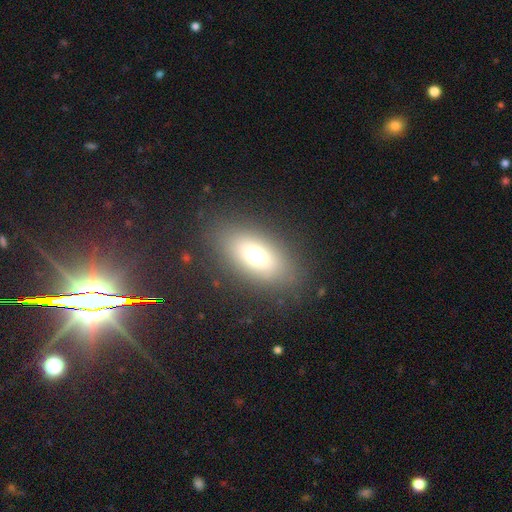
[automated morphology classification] The model was most divided on "smooth or featured": smooth: 69%, featured or disk: 20%, star or artifact: 11%. More confident: how rounded — in between (85%); merging — none (83%).